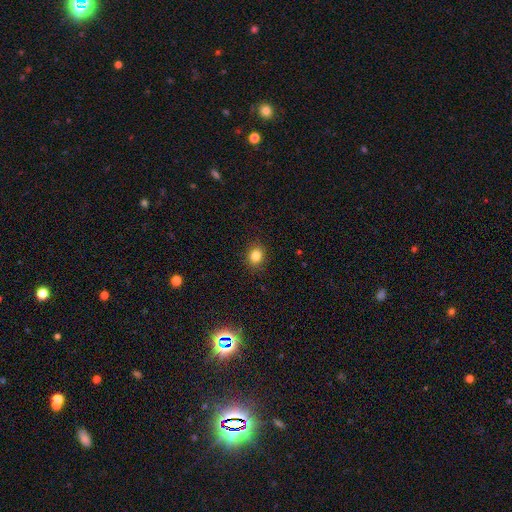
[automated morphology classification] The model was most divided on "how rounded": round: 60%, in between: 39%, cigar-shaped: 1%. More confident: merging — none (89%); smooth or featured — smooth (83%).